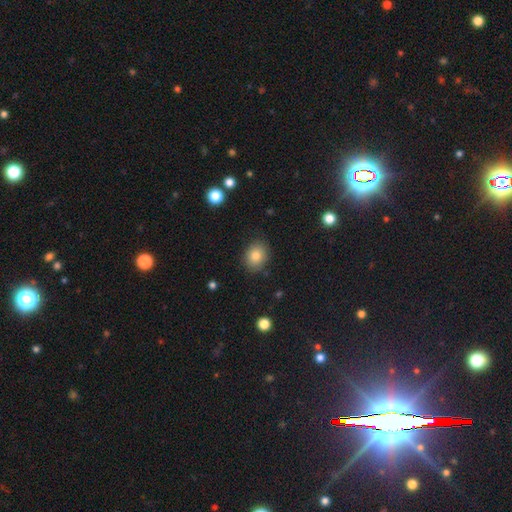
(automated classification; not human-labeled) Smooth or featured? Predicted: smooth (p=0.81). How rounded? Predicted: in between (p=0.53). Merging? Predicted: none (p=0.84).